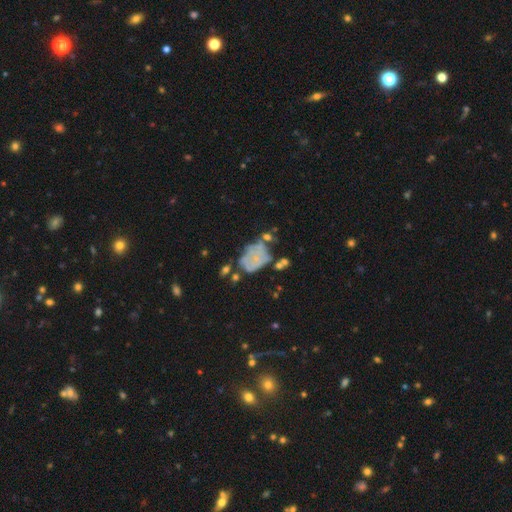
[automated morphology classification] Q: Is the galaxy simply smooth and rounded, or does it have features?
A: featured or disk — 47%.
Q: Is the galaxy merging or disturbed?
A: none — 34%.